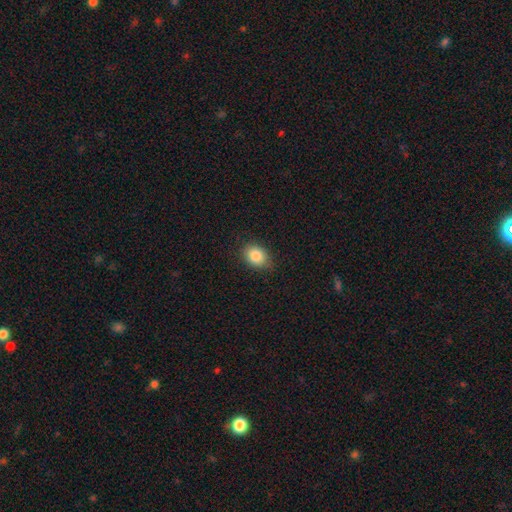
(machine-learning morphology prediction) Overall: smooth (86%). How rounded: in between (61%; round 38%). Merging: none (84%).